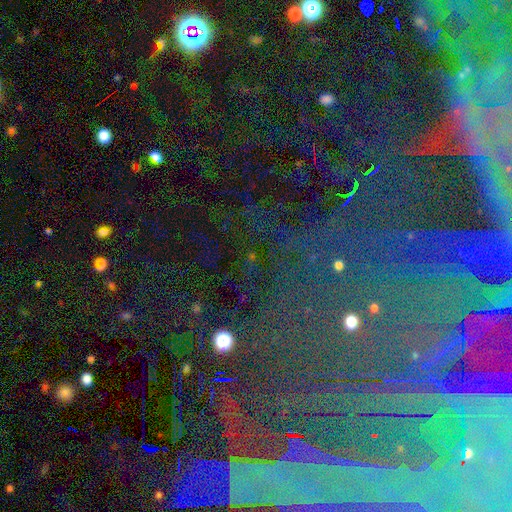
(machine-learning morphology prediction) Overall: star or artifact (72%).